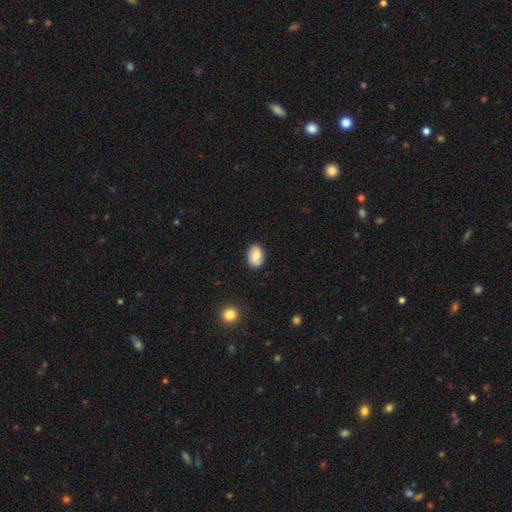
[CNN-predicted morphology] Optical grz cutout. It shows a smooth galaxy with no disk features (54%) that is in between round and cigar-shaped (75%). Merging: none (84%).